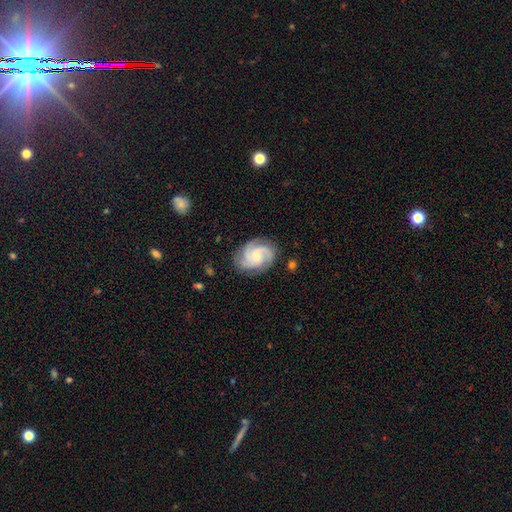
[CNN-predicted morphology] This appears to be a featured or disk galaxy (88%) with no bar (68%), 3 (68%) medium (47%) spiral arms (98%) and a small central bulge (63%). Merging: none (81%).